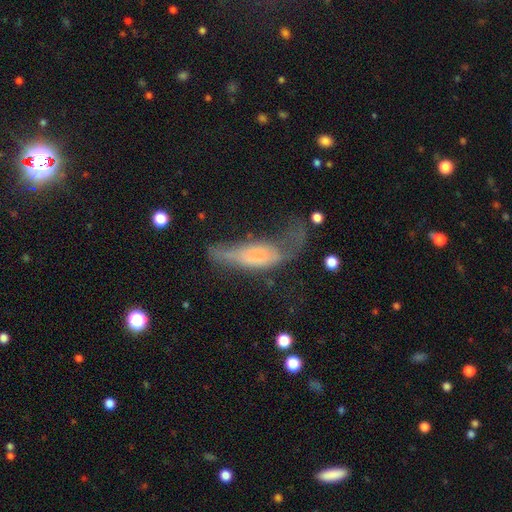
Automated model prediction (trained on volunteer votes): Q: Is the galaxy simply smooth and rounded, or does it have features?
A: smooth — 52%.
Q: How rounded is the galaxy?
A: in between — 56%.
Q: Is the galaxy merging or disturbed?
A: major disturbance — 54%.